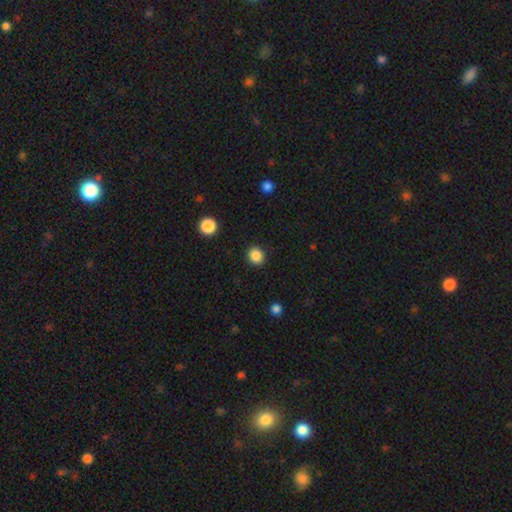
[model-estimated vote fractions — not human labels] A smooth galaxy with no disk features (86%) that is round (80%).

Vote fractions:
- Smooth or featured? smooth: 86% / star or artifact: 11% / featured or disk: 3%
- How rounded? round: 80% / in between: 19% / cigar-shaped: 1%
- Merging? none: 91% / minor disturbance: 6% / major disturbance: 2% / merger: 1%